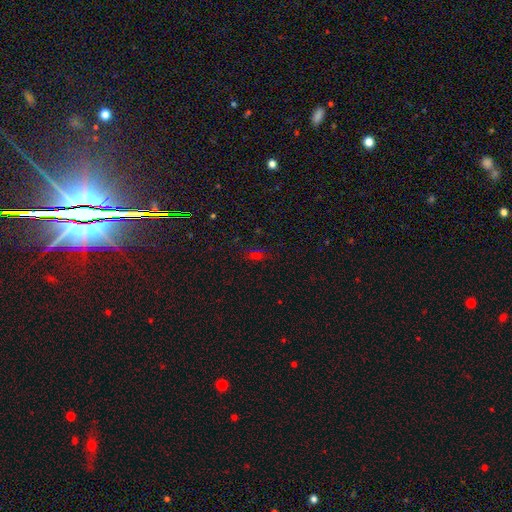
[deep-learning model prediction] Morphology: type=smooth (55%); roundness=in between (78%); merging=none (70%).